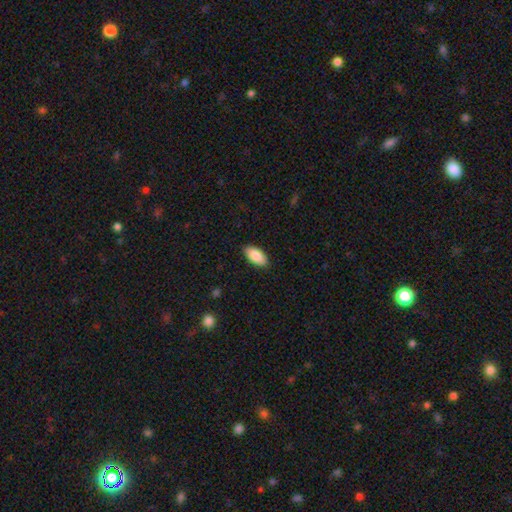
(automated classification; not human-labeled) Smooth or featured? smooth (88%)
How rounded? in between (91%)
Merging? none (88%)